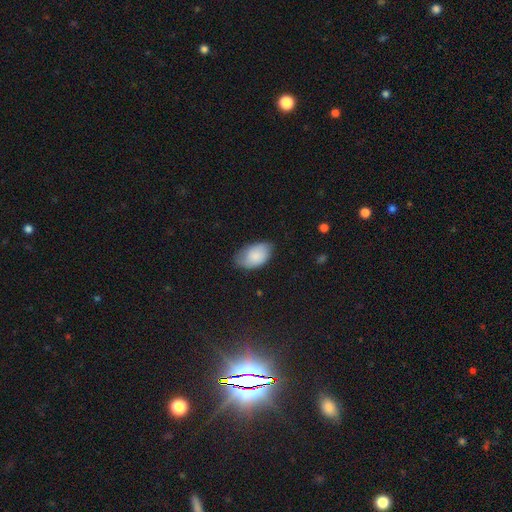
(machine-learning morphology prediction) Overall: smooth (84%). How rounded: in between (94%). Merging: none (64%; minor disturbance 29%).